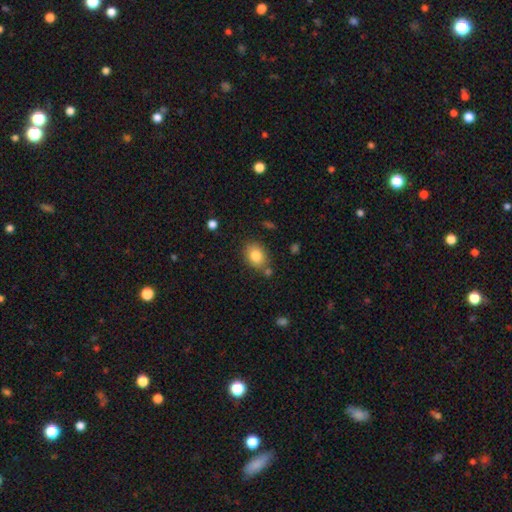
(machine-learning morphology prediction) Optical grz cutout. It shows a smooth galaxy with no disk features (83%) that is in between round and cigar-shaped (61%). Merging: none (76%).